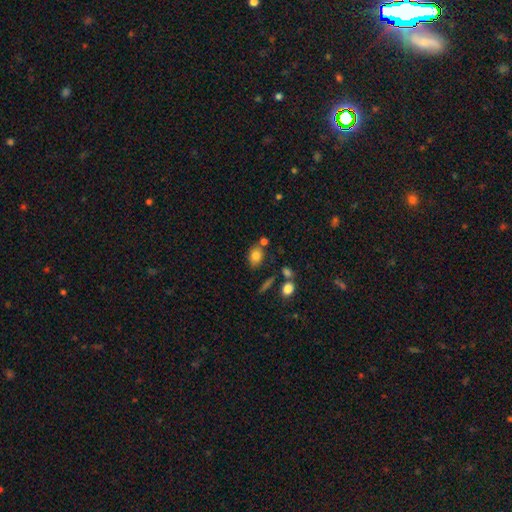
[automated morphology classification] This is likely a smooth galaxy (80%). How rounded: likely in between (61%). Merging: likely none (67%).